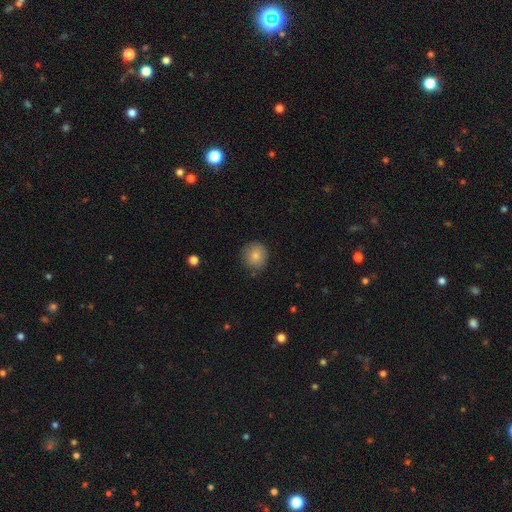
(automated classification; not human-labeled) A smooth galaxy with no disk features (81%) that is round (90%). Merging: none (83%).